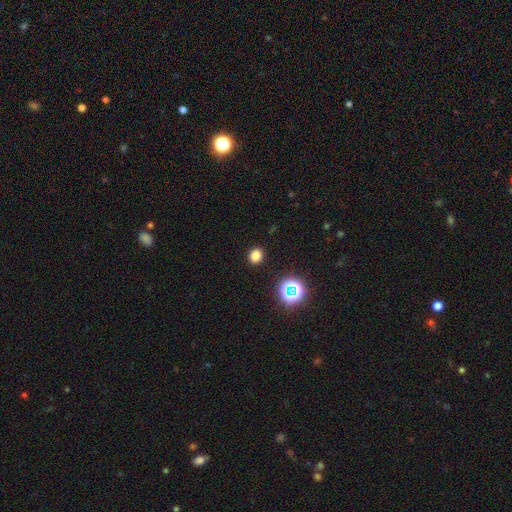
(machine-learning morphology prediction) Smooth or featured? smooth (78%)
How rounded? round (75%)
Merging? none (91%)